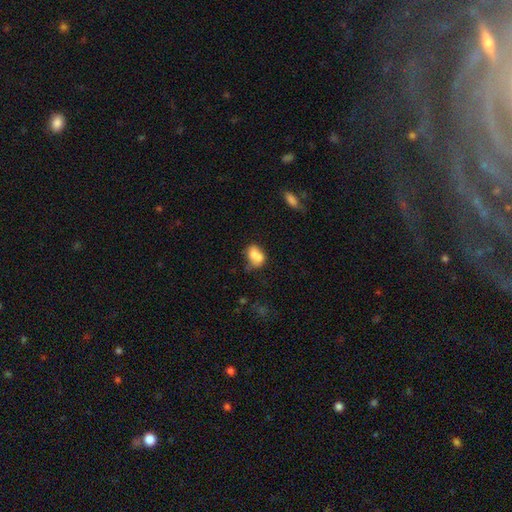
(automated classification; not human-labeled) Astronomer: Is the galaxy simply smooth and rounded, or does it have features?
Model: smooth — 69%.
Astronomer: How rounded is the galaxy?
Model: in between — 67%.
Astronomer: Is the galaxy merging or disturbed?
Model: merger — 53%.